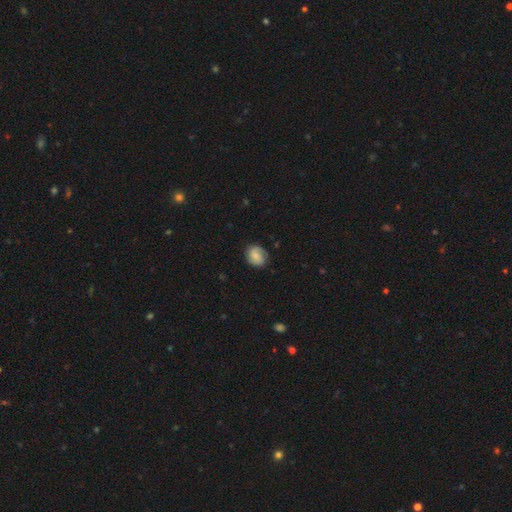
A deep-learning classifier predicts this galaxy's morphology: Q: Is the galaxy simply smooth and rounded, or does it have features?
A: smooth — 58%.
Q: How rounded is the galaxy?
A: round — 55%.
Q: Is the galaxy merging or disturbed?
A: none — 76%.